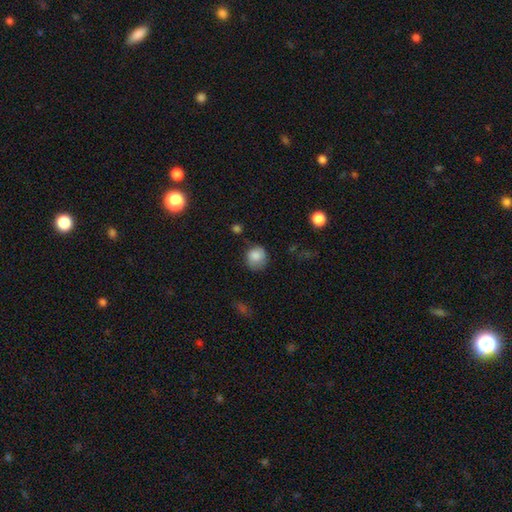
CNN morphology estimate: smooth_or_featured: smooth (p=0.84) [alt: star or artifact p=0.09]
how_rounded: round (p=0.83) [alt: in between p=0.16]
merging: none (p=0.66) [alt: minor disturbance p=0.25]